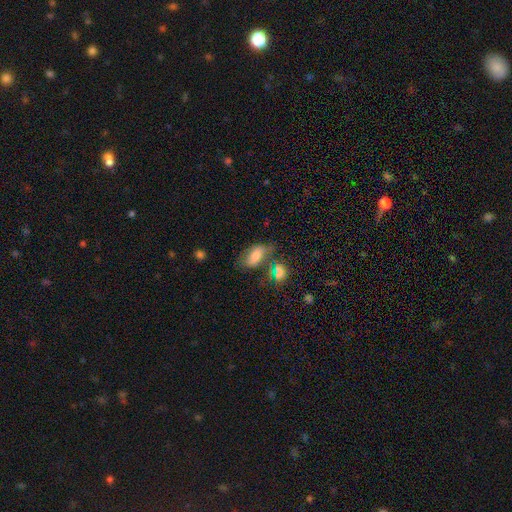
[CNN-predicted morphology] type=smooth (64%); roundness=in between (88%); merging=none (50%).